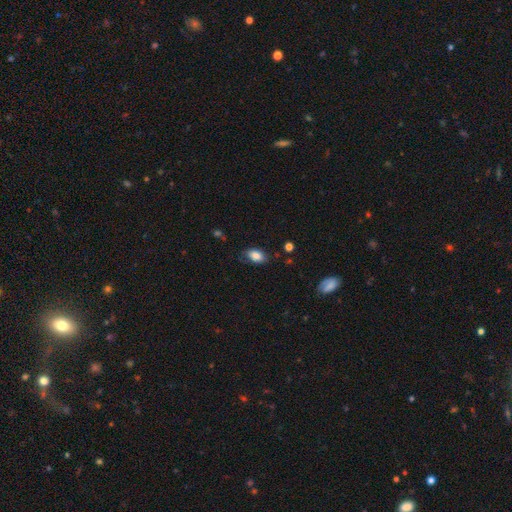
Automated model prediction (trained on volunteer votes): A smooth galaxy with no disk features (83%) that is in between round and cigar-shaped (90%). Merging: none (70%).